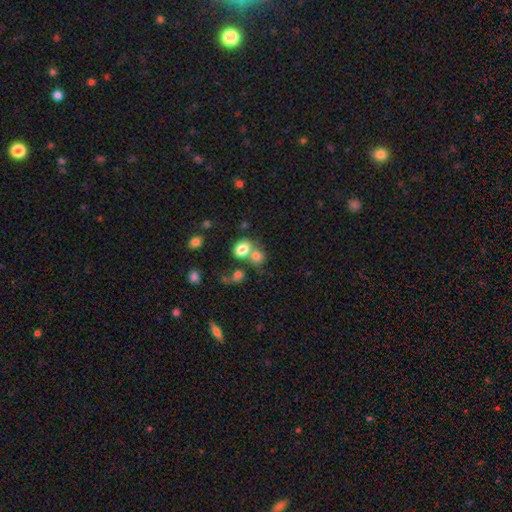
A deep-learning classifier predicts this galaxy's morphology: Overall: smooth (77%). How rounded: round (53%; in between 45%). Merging: merger (49%; none 36%).